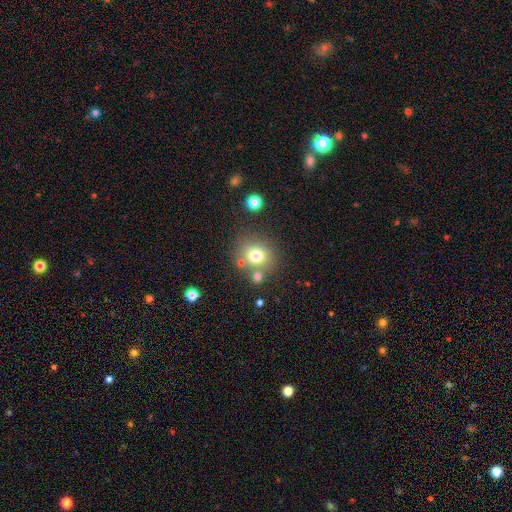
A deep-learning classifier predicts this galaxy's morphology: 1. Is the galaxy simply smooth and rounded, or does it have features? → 74% smooth, 14% star or artifact, 12% featured or disk.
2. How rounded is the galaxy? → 83% round, 16% in between, 1% cigar-shaped.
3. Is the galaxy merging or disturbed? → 70% none, 14% merger, 11% minor disturbance, 5% major disturbance.